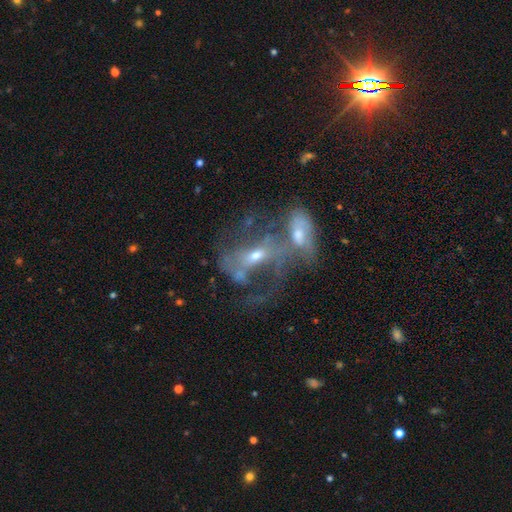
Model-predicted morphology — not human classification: Overall: featured or disk (73%). Edge-on disk: no (92%). Bar: no (46%; weak 34%). Spiral arms: yes (63%; no 37%). Bulge size: moderate (48%; small 45%). Merging: merger (59%).